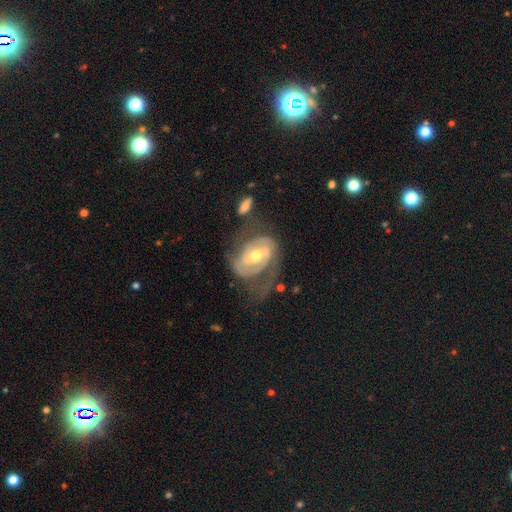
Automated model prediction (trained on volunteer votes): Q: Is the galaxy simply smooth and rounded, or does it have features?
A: featured or disk — 84%.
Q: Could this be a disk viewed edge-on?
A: no — 96%.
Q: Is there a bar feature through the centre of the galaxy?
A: weak — 42%.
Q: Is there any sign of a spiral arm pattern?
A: yes — 87%.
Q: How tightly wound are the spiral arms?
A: medium — 41%.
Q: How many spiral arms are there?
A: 2 — 68%.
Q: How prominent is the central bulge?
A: moderate — 67%.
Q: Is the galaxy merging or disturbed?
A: none — 42%.